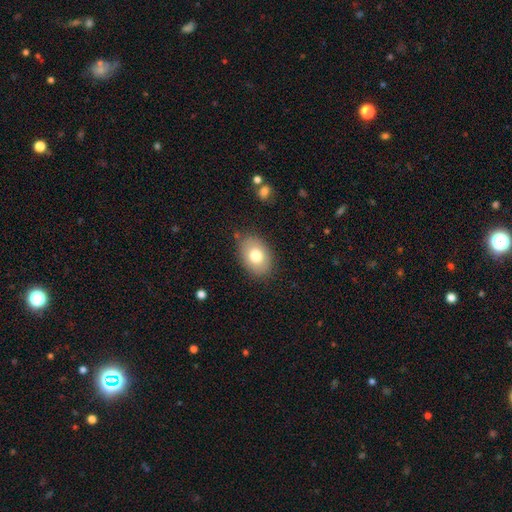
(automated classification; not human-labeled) Smooth or featured? smooth (78%)
How rounded? in between (82%)
Merging? none (82%)